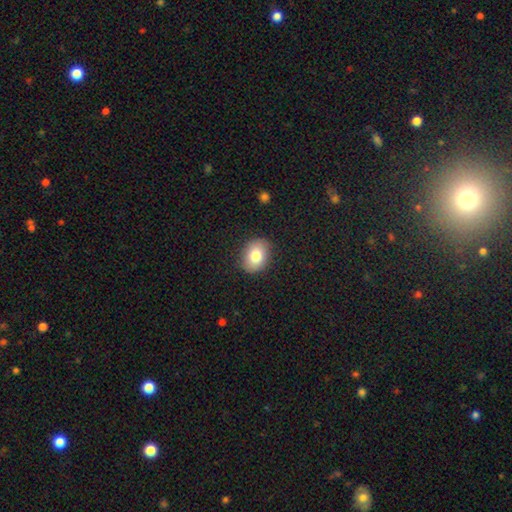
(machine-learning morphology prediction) This is clearly a smooth galaxy (81%). How rounded: likely in between (62%). Merging: clearly none (87%).